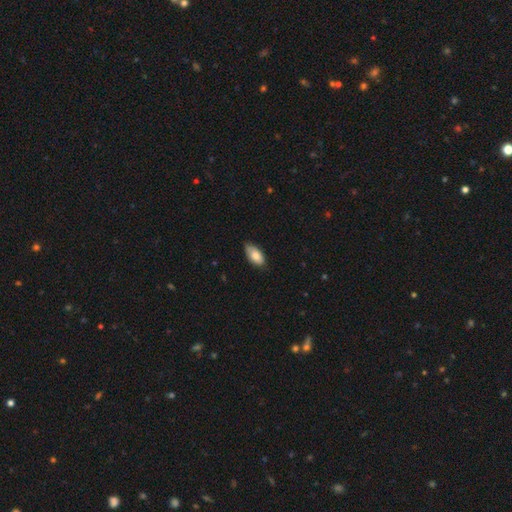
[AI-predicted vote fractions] Q: Smooth or featured?
A: smooth (78%); runner-up: featured or disk (15%)
Q: How rounded?
A: in between (93%); runner-up: cigar-shaped (4%)
Q: Merging?
A: none (71%); runner-up: minor disturbance (25%)